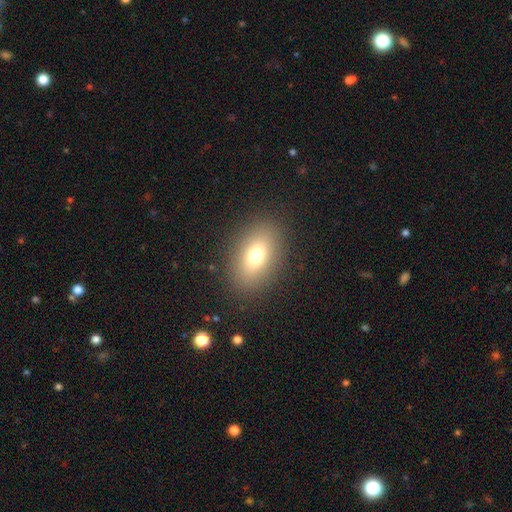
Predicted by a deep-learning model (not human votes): Smooth or featured: smooth — 73% (featured or disk — 15%)
How rounded: in between — 83% (round — 14%)
Merging: none — 87% (minor disturbance — 8%)